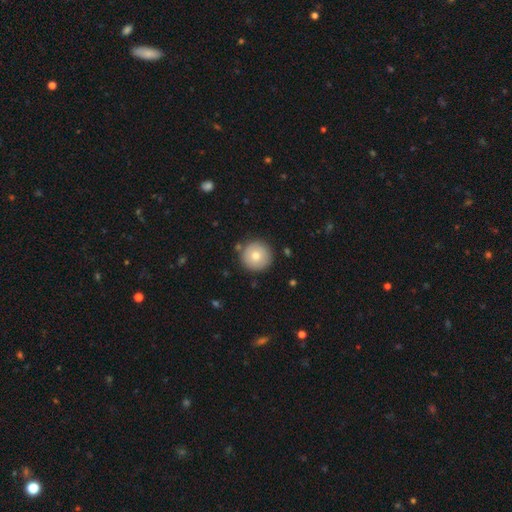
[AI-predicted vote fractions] Overall: smooth (77%). How rounded: round (96%). Merging: none (88%).